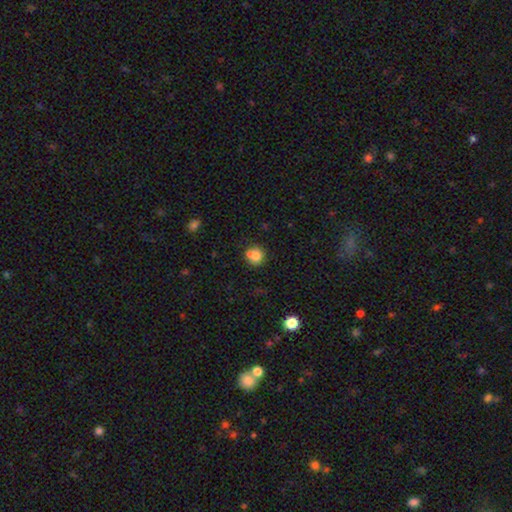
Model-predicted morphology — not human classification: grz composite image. It shows a smooth galaxy with no disk features (76%) that is round (85%). Merging: none (50%).